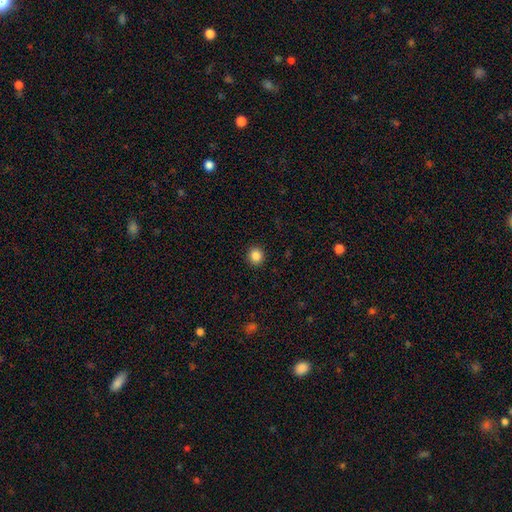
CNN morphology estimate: Smooth or featured? smooth (86%)
How rounded? round (89%)
Merging? none (92%)